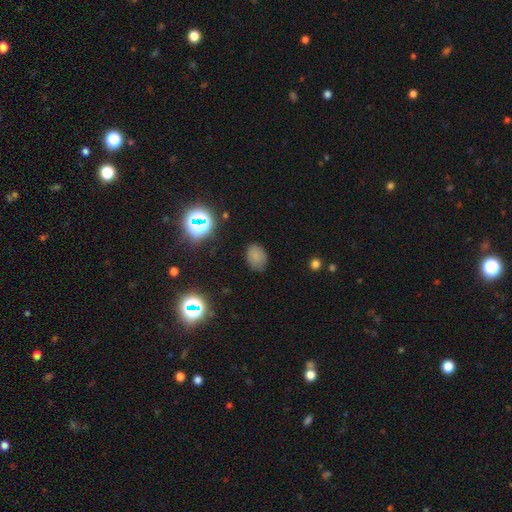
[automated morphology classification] This appears to be a smooth galaxy with no disk features (72%) that is in between round and cigar-shaped (74%). Merging: none (81%).